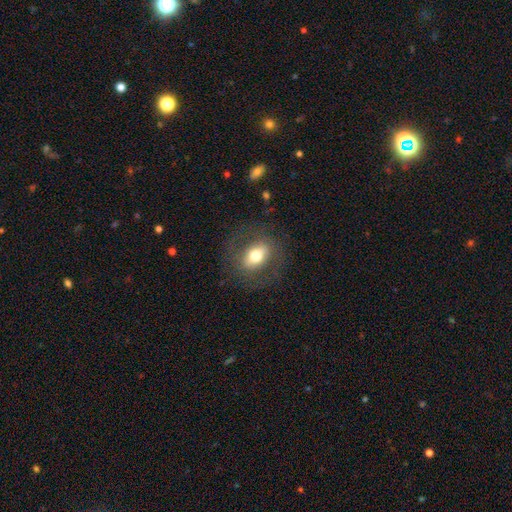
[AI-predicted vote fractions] Smooth or featured? smooth (57%)
How rounded? in between (71%)
Merging? none (78%)